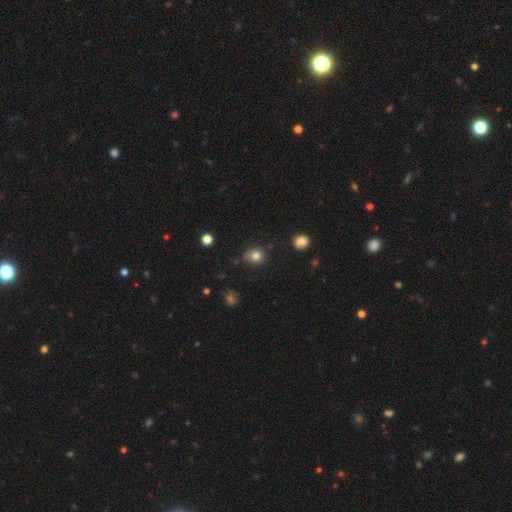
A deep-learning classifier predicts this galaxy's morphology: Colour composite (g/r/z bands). It shows a smooth galaxy with no disk features (79%) that is round (73%). Merging: none (59%).